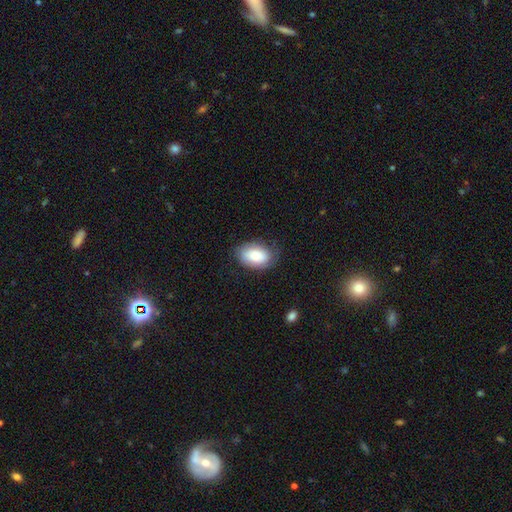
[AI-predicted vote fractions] Morphology: type=smooth (77%); roundness=in between (88%); merging=none (77%).